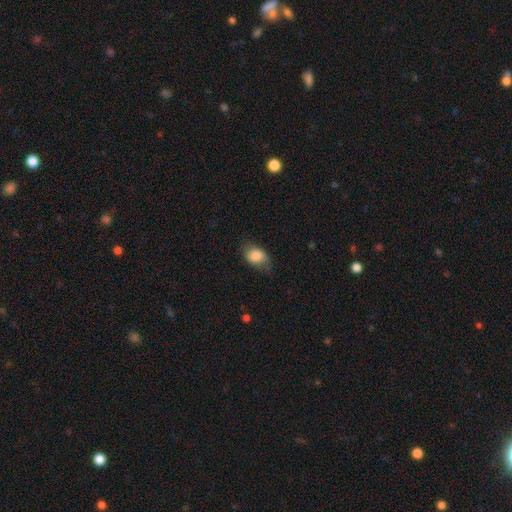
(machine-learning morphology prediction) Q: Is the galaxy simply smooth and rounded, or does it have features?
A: smooth — 82%.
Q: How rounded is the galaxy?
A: in between — 80%.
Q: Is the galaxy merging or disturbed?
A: none — 60%.